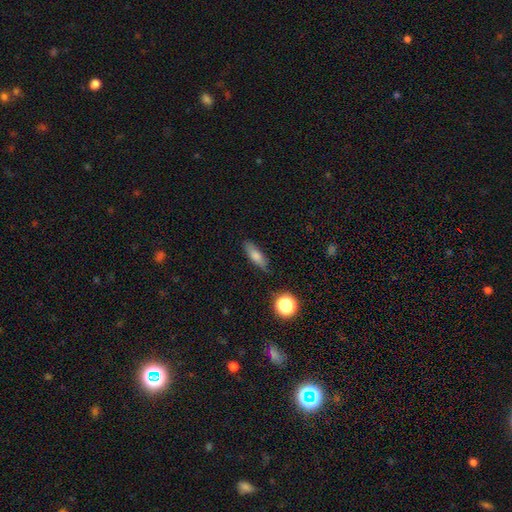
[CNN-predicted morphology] type=smooth (69%); roundness=in between (48%); merging=none (85%).